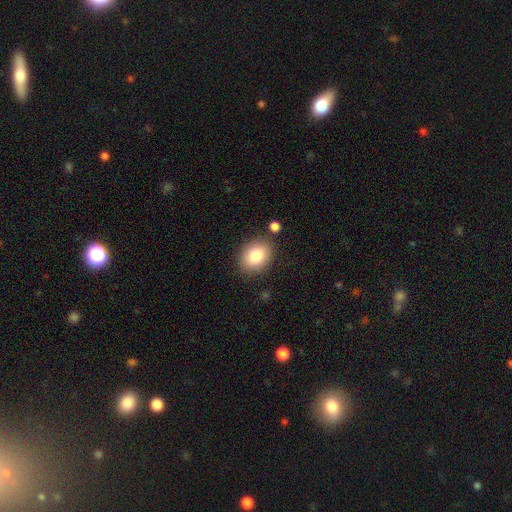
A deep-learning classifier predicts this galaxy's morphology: The model was most divided on "how rounded": in between: 59%, round: 40%, cigar-shaped: 1%. More confident: merging — none (83%); smooth or featured — smooth (82%).